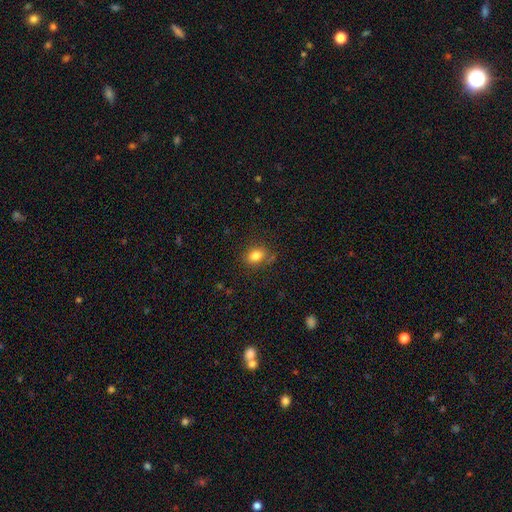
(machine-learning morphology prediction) Smooth or featured? Predicted: smooth (p=0.81). How rounded? Predicted: in between (p=0.60). Merging? Predicted: none (p=0.78).